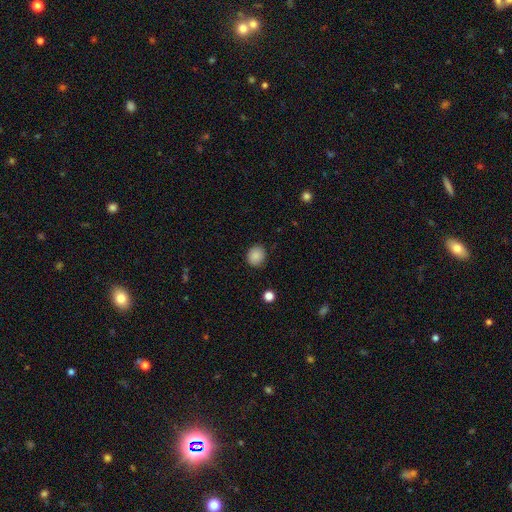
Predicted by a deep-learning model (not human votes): This appears to be a smooth galaxy with no disk features (88%) that is round (79%). Merging: none (88%).